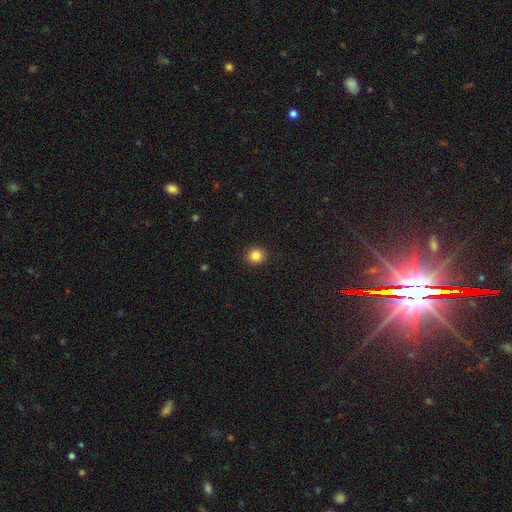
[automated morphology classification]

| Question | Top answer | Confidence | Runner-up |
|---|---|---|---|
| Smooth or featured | smooth | 85% | star or artifact (11%) |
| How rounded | round | 91% | in between (8%) |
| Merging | none | 92% | minor disturbance (5%) |